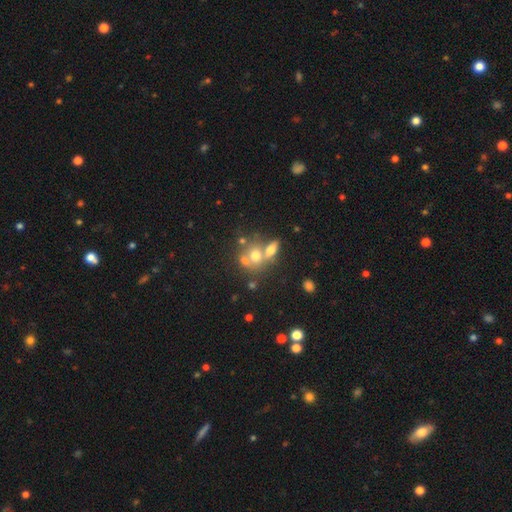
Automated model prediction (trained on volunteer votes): Q: Smooth or featured?
A: smooth (61%); runner-up: featured or disk (25%)
Q: How rounded?
A: round (62%); runner-up: in between (36%)
Q: Merging?
A: merger (52%); runner-up: none (33%)